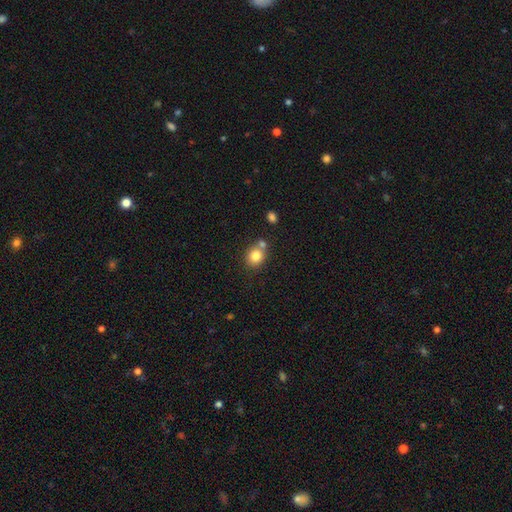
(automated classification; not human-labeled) smooth-or-featured: smooth: 81% | star or artifact: 10% | featured or disk: 8%
  how-rounded: round: 74% | in between: 25% | cigar-shaped: 1%
  merging: none: 59% | merger: 27% | minor disturbance: 10% | major disturbance: 3%